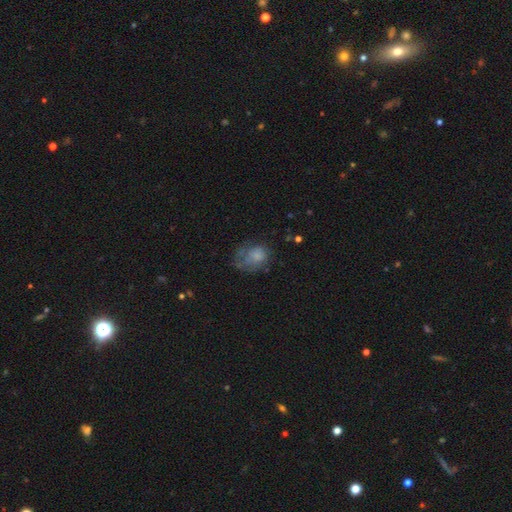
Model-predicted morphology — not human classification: Smooth or featured? smooth (60%)
How rounded? in between (55%)
Merging? none (37%)